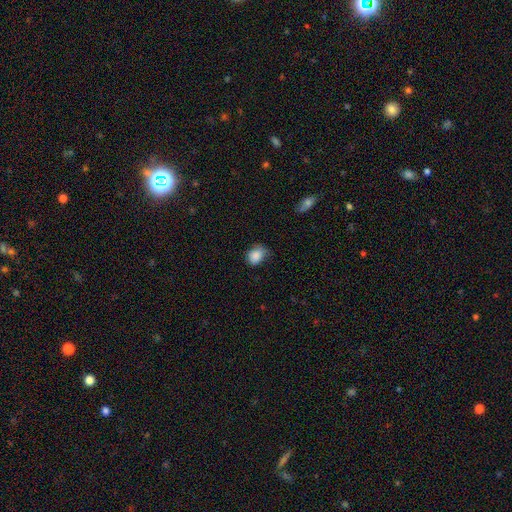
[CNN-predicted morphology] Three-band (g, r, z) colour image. It shows a smooth galaxy with no disk features (86%) that is in between round and cigar-shaped (54%). Merging: none (53%).